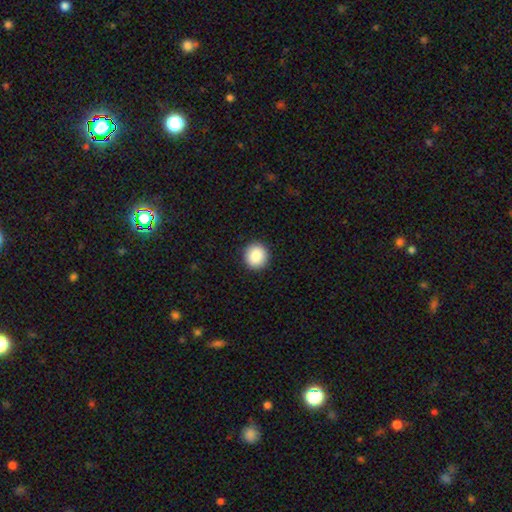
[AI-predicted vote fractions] This appears to be a smooth galaxy with no disk features (88%) that is round (91%). Merging: none (92%).